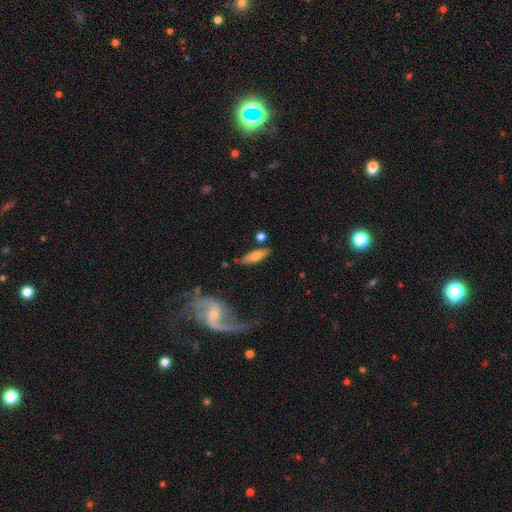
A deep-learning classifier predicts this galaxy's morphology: The model was most divided on "how rounded": in between: 49%, cigar-shaped: 47%, round: 3%. More confident: merging — none (71%); smooth or featured — smooth (59%).